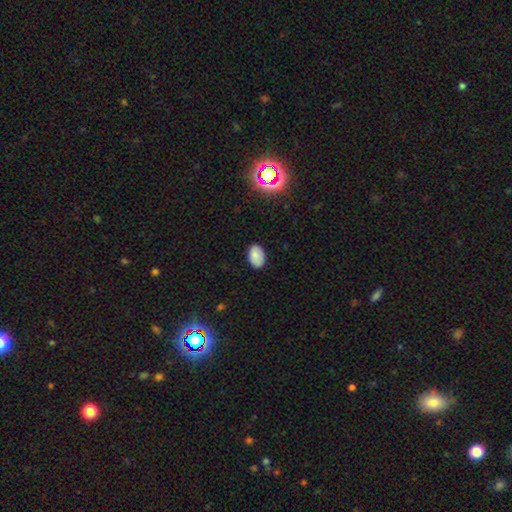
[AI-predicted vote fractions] The model was most divided on "smooth or featured": smooth: 82%, star or artifact: 10%, featured or disk: 8%. More confident: how rounded — in between (89%); merging — none (84%).